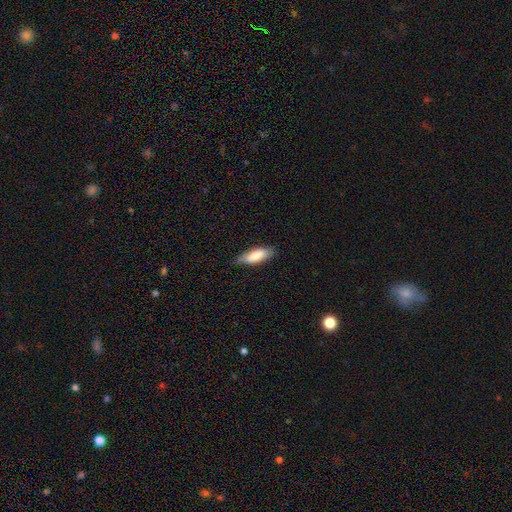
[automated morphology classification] Smooth or featured?
  - smooth: 78% *
  - featured or disk: 16%
  - star or artifact: 6%
How rounded?
  - in between: 63% *
  - cigar-shaped: 35%
  - round: 2%
Merging?
  - none: 76% *
  - minor disturbance: 20%
  - major disturbance: 3%
  - merger: 1%